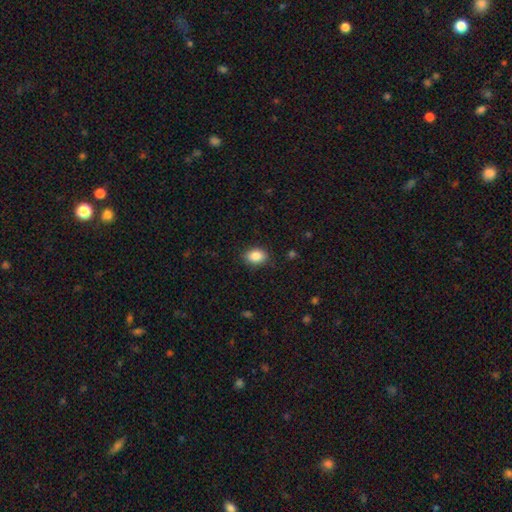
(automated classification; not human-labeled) A smooth galaxy with no disk features (86%) that is in between round and cigar-shaped (78%). Merging: none (86%).